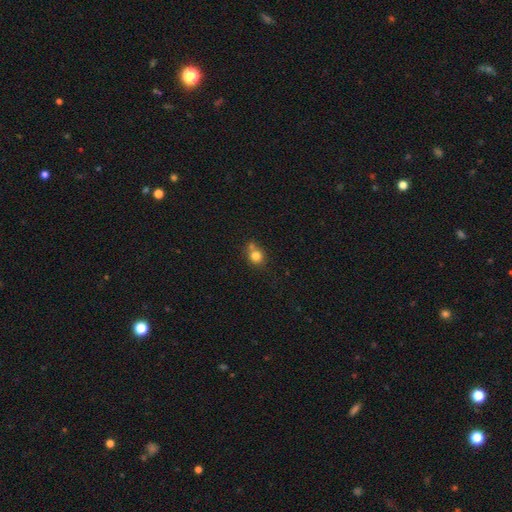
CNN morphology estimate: This is likely a smooth galaxy (80%). How rounded: clearly round (81%). Merging: possibly none (53%).